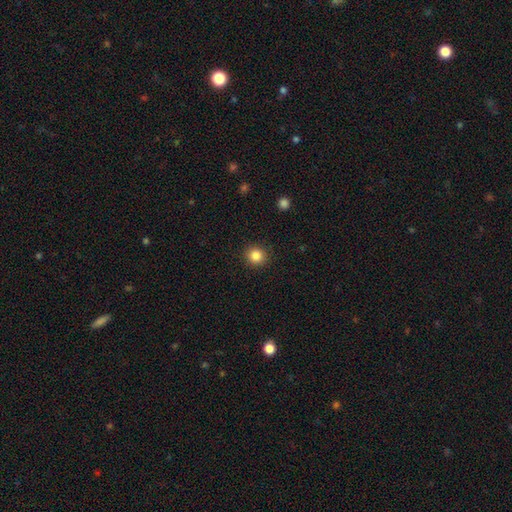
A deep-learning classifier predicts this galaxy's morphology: type=smooth (85%); roundness=round (91%); merging=none (91%).